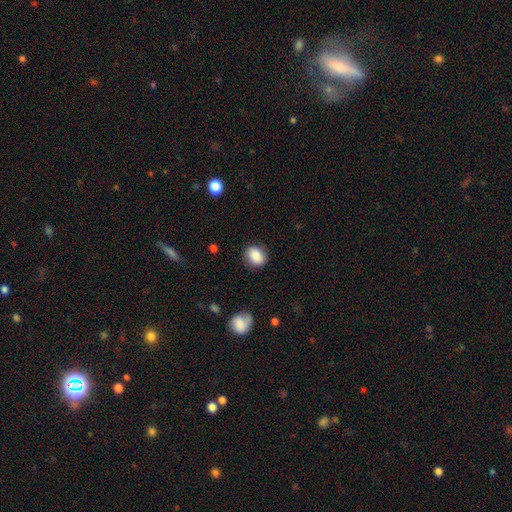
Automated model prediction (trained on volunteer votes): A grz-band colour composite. It shows a smooth galaxy with no disk features (87%) that is in between round and cigar-shaped (56%). Merging: none (83%).